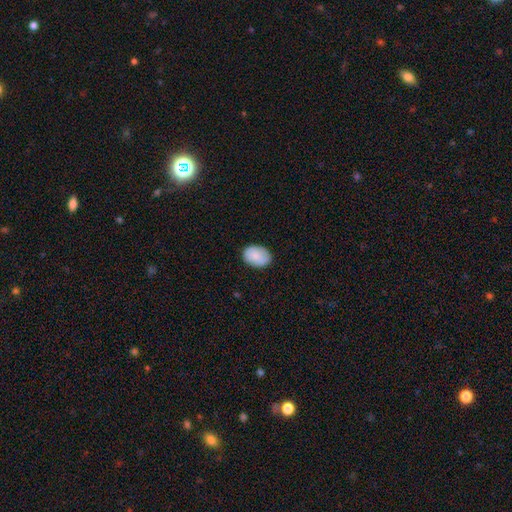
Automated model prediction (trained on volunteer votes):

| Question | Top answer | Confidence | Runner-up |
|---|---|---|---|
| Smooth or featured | smooth | 83% | featured or disk (11%) |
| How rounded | in between | 77% | round (22%) |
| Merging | none | 82% | minor disturbance (14%) |